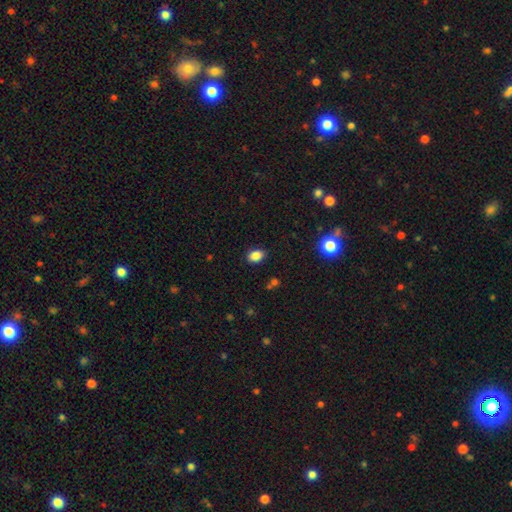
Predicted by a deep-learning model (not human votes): This is clearly a smooth galaxy (86%). How rounded: likely in between (78%). Merging: clearly none (87%).